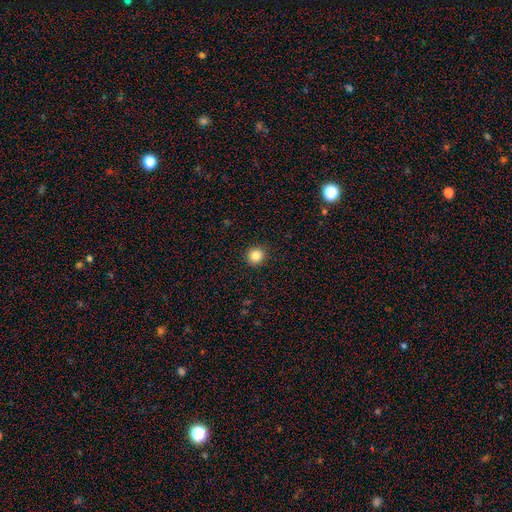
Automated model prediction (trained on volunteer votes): This is clearly a smooth galaxy (84%). How rounded: clearly round (92%). Merging: clearly none (92%).